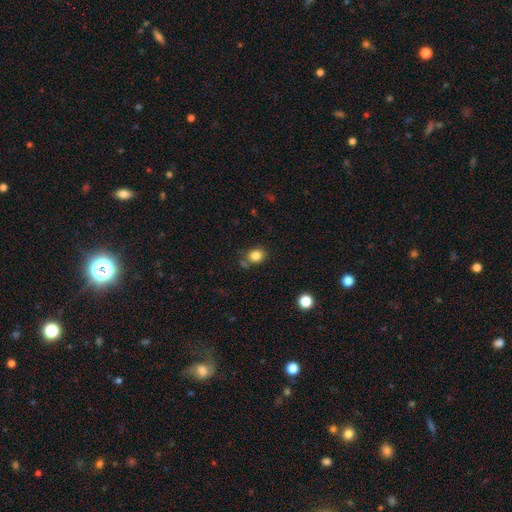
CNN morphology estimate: A smooth galaxy with no disk features (83%) that is round (64%). Merging: none (74%).